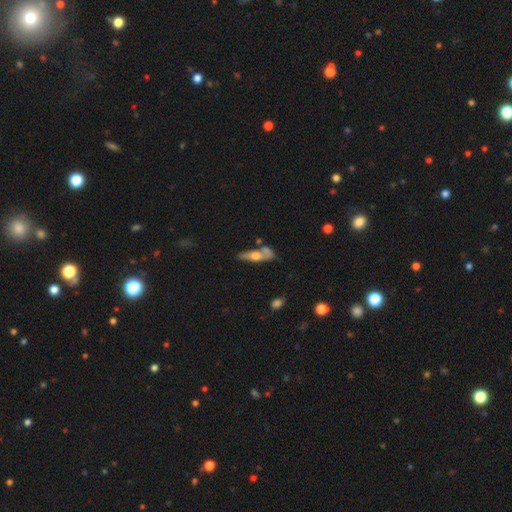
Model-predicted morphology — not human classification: The model was most divided on "smooth or featured": featured or disk: 47%, smooth: 46%, star or artifact: 7%. Remaining: merging — none (48%).